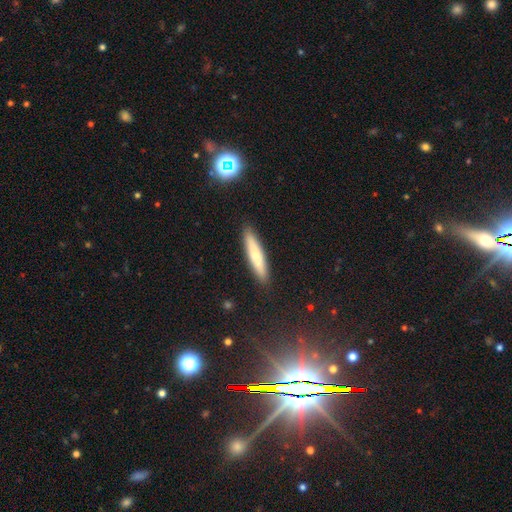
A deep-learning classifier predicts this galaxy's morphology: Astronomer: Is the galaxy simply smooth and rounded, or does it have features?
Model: smooth — 61%.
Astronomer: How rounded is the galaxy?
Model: cigar-shaped — 85%.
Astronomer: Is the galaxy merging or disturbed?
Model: none — 90%.